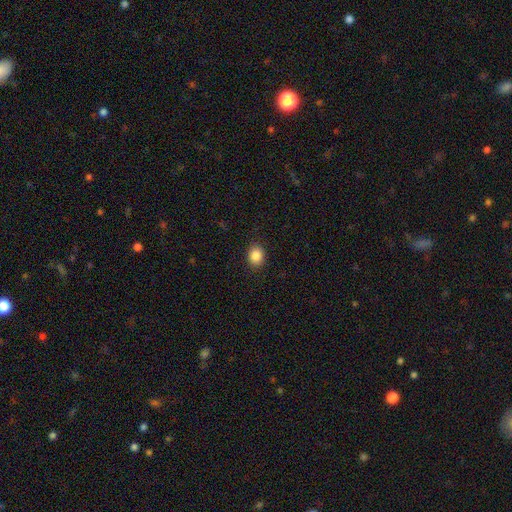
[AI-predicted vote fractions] Smooth or featured? Predicted: smooth (p=0.87). How rounded? Predicted: round (p=0.54). Merging? Predicted: none (p=0.89).